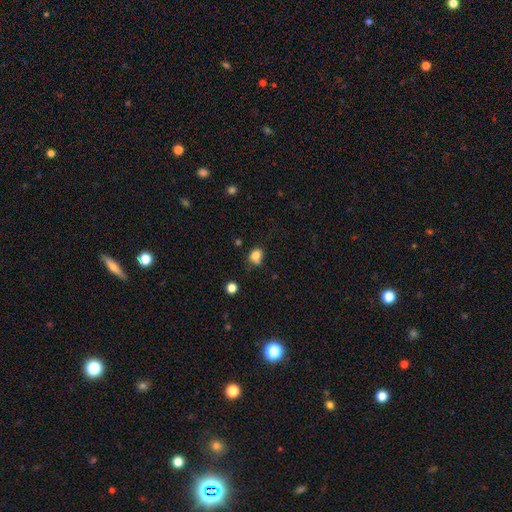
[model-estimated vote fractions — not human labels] Smooth or featured? smooth (82%)
How rounded? round (59%)
Merging? none (56%)